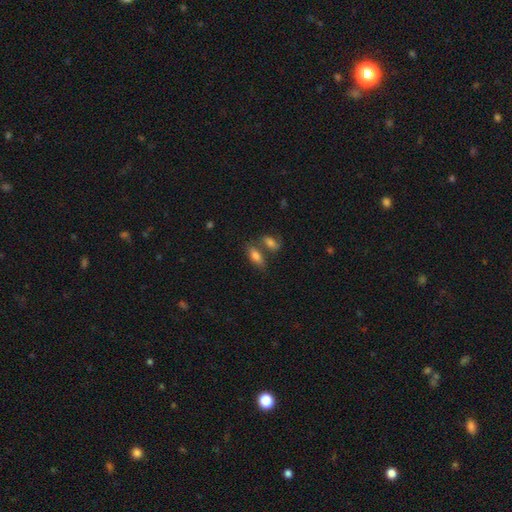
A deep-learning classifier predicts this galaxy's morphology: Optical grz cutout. It shows a smooth galaxy with no disk features (75%) that is in between round and cigar-shaped (78%). Merging: none (50%).